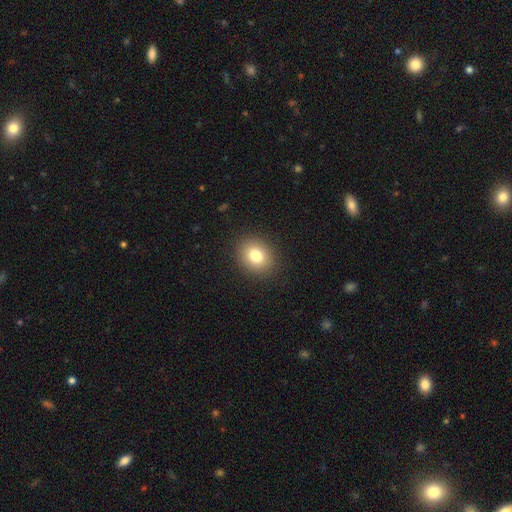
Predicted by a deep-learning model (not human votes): Smooth or featured: smooth — 80% (star or artifact — 11%)
How rounded: round — 59% (in between — 40%)
Merging: none — 90% (minor disturbance — 7%)